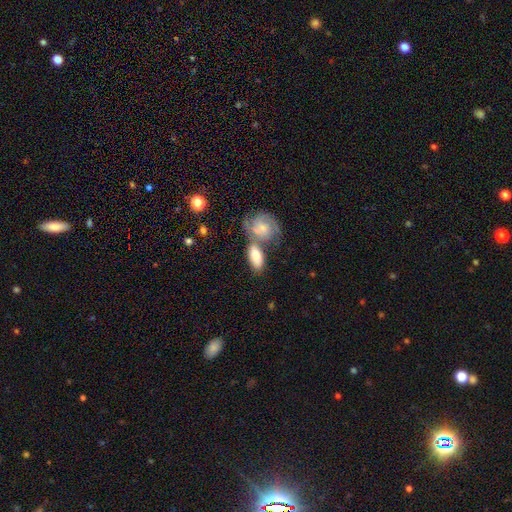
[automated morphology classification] The model was most divided on "merging": none: 44%, merger: 38%, minor disturbance: 14%, major disturbance: 5%. More confident: how rounded — in between (85%); smooth or featured — smooth (66%).